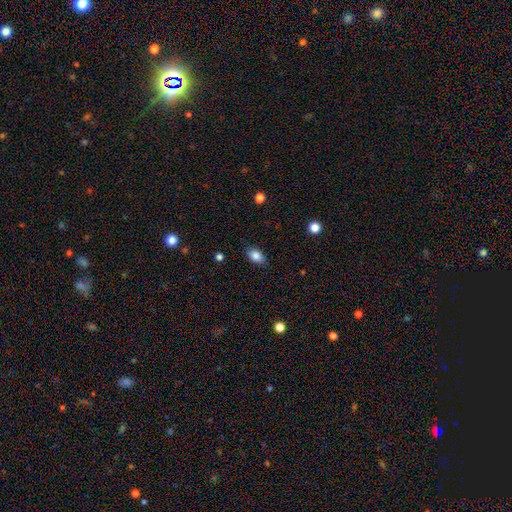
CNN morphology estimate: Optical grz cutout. It shows a smooth galaxy with no disk features (86%) that is in between round and cigar-shaped (85%). Merging: none (84%).